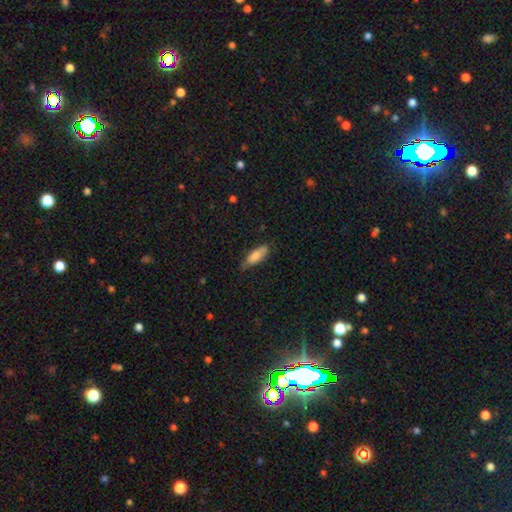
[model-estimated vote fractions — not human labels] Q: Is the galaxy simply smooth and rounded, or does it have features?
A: smooth — 80%.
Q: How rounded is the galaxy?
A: in between — 63%.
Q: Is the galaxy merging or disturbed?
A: none — 61%.